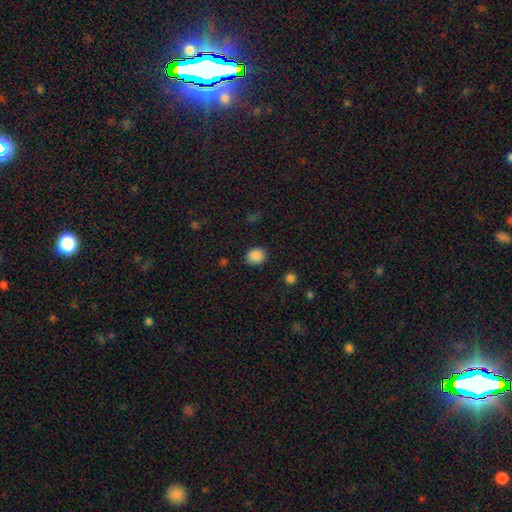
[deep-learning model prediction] Overall: smooth (88%). How rounded: round (57%; in between 42%). Merging: none (87%).